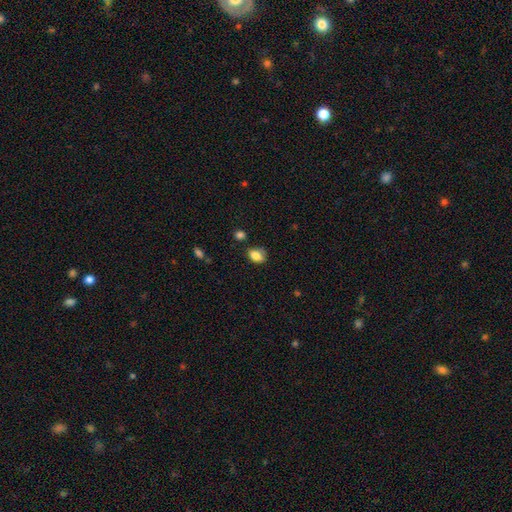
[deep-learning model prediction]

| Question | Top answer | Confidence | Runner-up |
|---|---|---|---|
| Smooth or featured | smooth | 83% | star or artifact (9%) |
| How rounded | in between | 74% | round (24%) |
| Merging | none | 64% | minor disturbance (25%) |